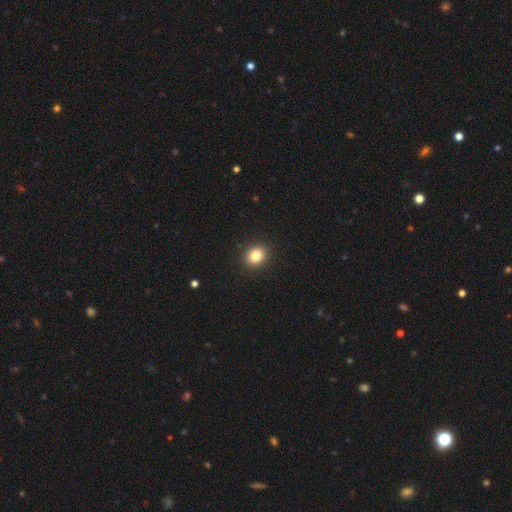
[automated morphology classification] Smooth or featured? smooth (83%)
How rounded? round (65%)
Merging? none (91%)